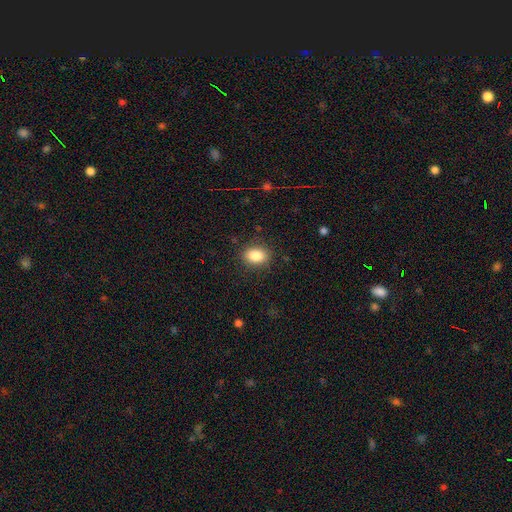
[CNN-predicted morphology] Smooth or featured? Predicted: smooth (p=0.86). How rounded? Predicted: in between (p=0.72). Merging? Predicted: none (p=0.85).